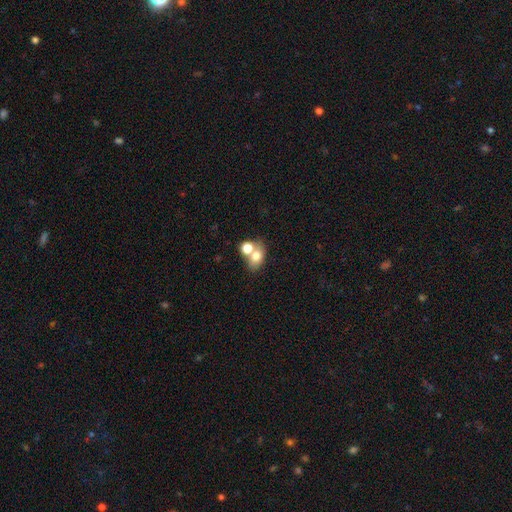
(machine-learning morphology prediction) Smooth or featured? Predicted: smooth (p=0.72). How rounded? Predicted: in between (p=0.64). Merging? Predicted: merger (p=0.47).